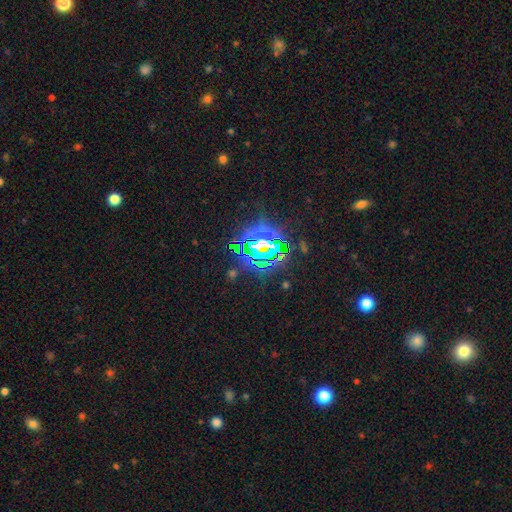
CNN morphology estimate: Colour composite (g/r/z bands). It shows a star or artifact, not a galaxy (75%).